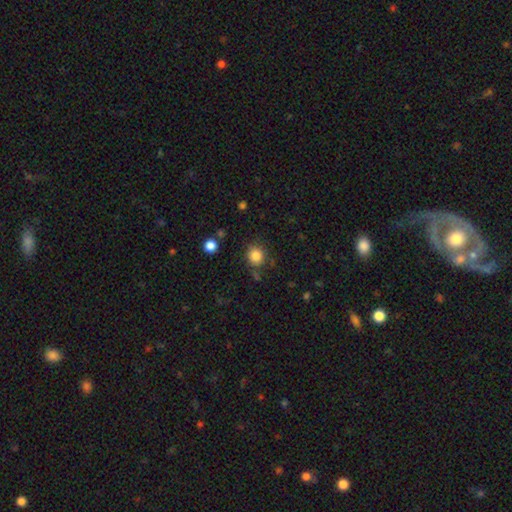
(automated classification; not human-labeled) Overall: smooth (85%). How rounded: round (85%). Merging: none (80%).